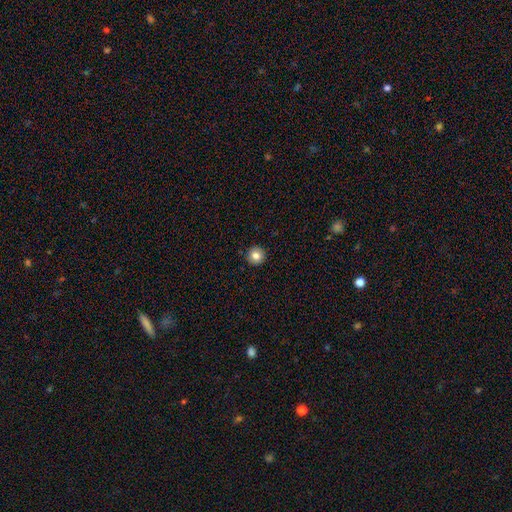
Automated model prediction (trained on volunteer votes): Smooth or featured: smooth — 82% (star or artifact — 9%)
How rounded: round — 96% (in between — 3%)
Merging: none — 93% (minor disturbance — 5%)